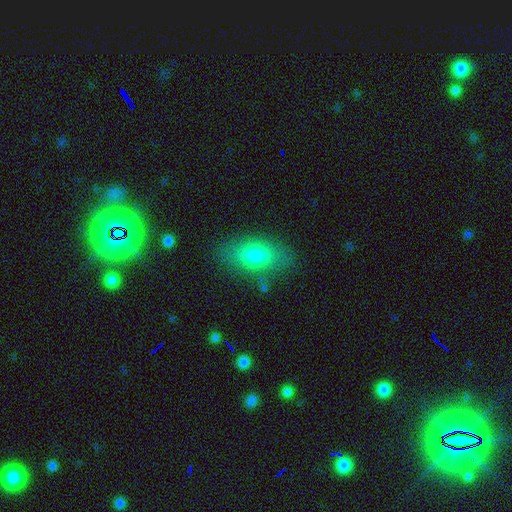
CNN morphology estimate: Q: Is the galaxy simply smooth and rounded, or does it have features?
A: smooth — 76%.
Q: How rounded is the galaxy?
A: in between — 85%.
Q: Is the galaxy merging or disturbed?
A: none — 79%.